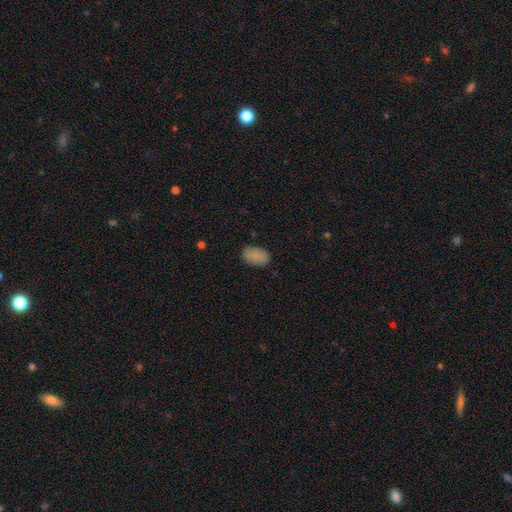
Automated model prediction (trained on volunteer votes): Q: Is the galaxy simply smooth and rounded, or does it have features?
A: smooth — 88%.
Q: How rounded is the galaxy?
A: in between — 91%.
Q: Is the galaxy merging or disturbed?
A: none — 87%.